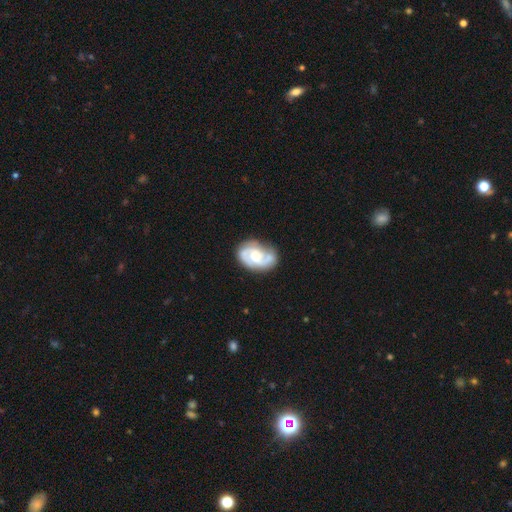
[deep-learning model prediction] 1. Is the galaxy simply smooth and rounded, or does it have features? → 79% featured or disk, 16% smooth, 5% star or artifact.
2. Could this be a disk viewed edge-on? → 97% no, 3% yes.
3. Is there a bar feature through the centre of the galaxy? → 63% no, 31% weak, 5% strong.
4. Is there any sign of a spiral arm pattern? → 95% yes, 5% no.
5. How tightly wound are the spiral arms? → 44% medium, 42% tight, 14% loose.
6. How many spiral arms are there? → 70% 2, 12% 3, 10% can't tell, 5% 1, 2% 4, 2% more than 4.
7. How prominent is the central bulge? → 53% moderate, 34% small, 8% large, 4% none, 1% dominant.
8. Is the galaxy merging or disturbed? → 70% none, 20% minor disturbance, 7% major disturbance, 3% merger.